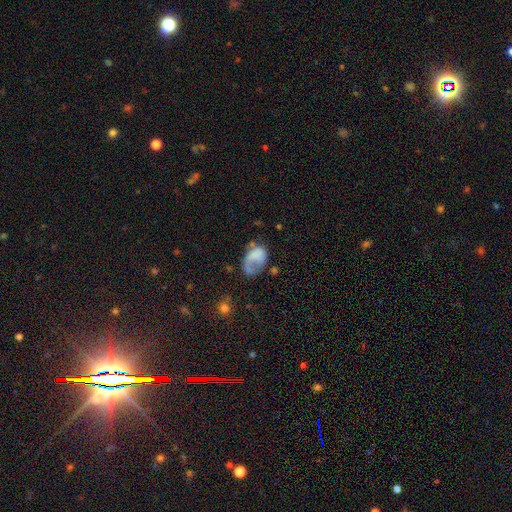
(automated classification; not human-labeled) smooth 59%, featured or disk 31%, star or artifact 9%. Down the decision tree: how rounded — in between (81%); merging — major disturbance (39%).